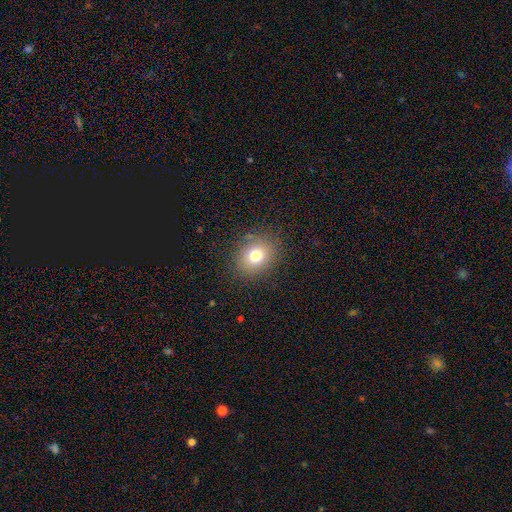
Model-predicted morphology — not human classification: The model was most divided on "how rounded": round: 61%, in between: 38%, cigar-shaped: 1%. More confident: merging — none (85%); smooth or featured — smooth (76%).